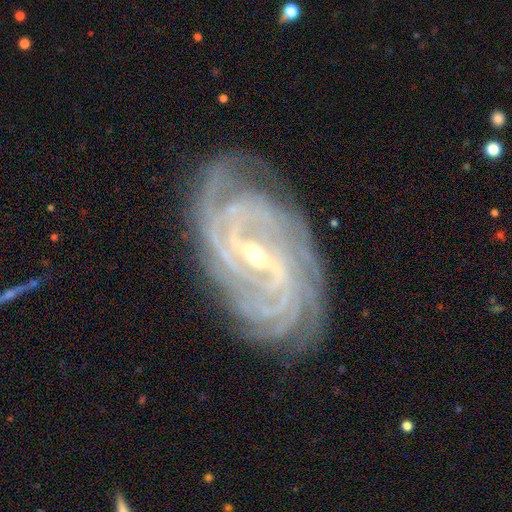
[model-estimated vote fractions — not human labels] This appears to be a featured or disk galaxy (92%) with a strong bar (53%), 4 (29%) tight (76%) spiral arms (98%) and a small central bulge (60%). Merging: none (75%).